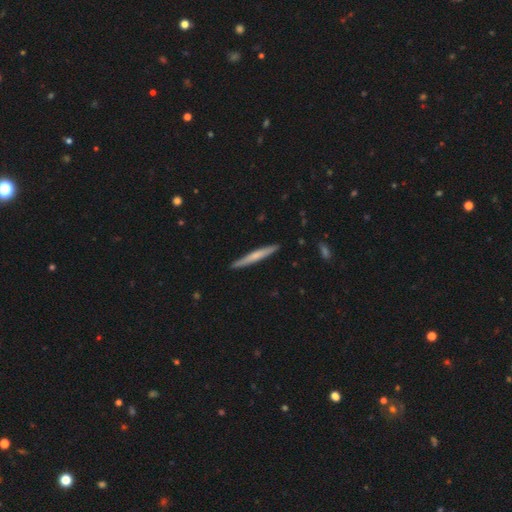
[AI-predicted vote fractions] The model was most divided on "smooth or featured": smooth: 53%, featured or disk: 42%, star or artifact: 5%. More confident: how rounded — cigar-shaped (96%); merging — none (90%).